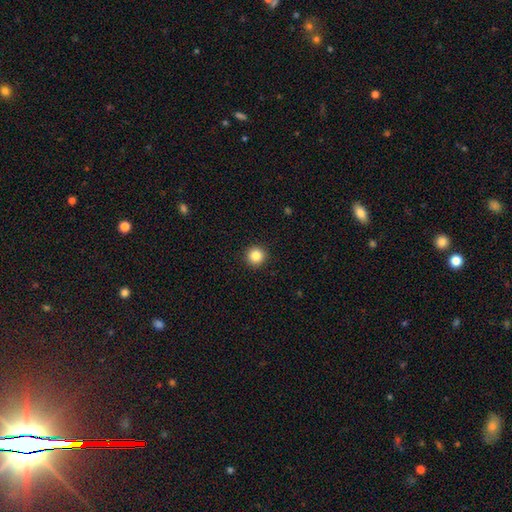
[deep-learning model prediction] Smooth or featured: smooth — 84% (star or artifact — 11%)
How rounded: round — 96% (in between — 3%)
Merging: none — 93% (minor disturbance — 4%)